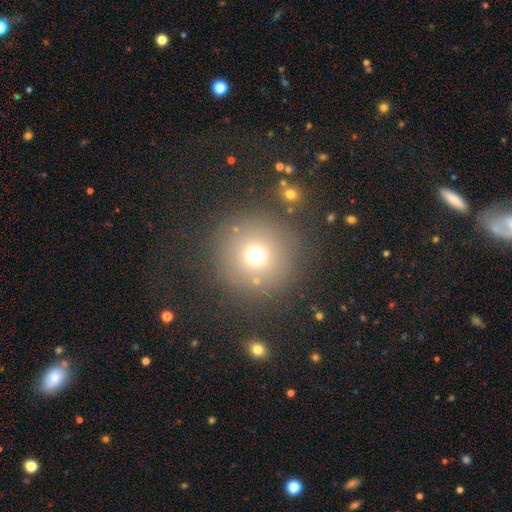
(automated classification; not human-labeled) This is likely a smooth galaxy (69%). How rounded: clearly round (96%). Merging: clearly none (82%).